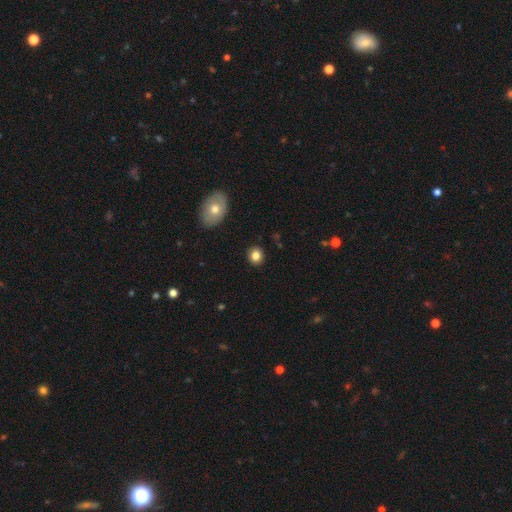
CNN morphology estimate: smooth 82%, star or artifact 10%, featured or disk 7%. Down the decision tree: how rounded — round (79%); merging — none (91%).